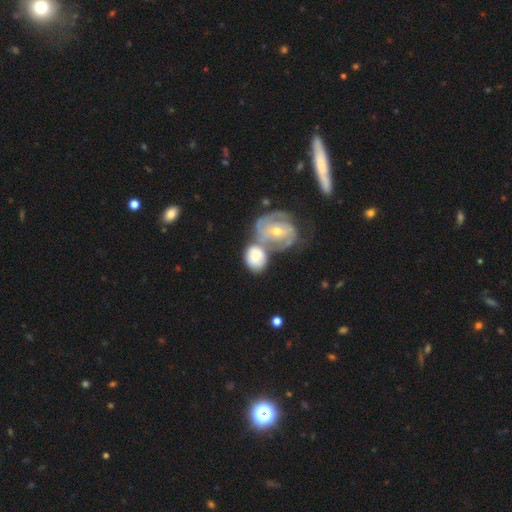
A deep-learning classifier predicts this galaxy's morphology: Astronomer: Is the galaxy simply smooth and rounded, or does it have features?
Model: smooth — 51% (runner-up: featured or disk, 43%).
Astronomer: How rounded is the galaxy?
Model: round — 53% (runner-up: in between, 46%).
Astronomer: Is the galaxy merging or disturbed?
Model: merger — 49% (runner-up: none, 32%).